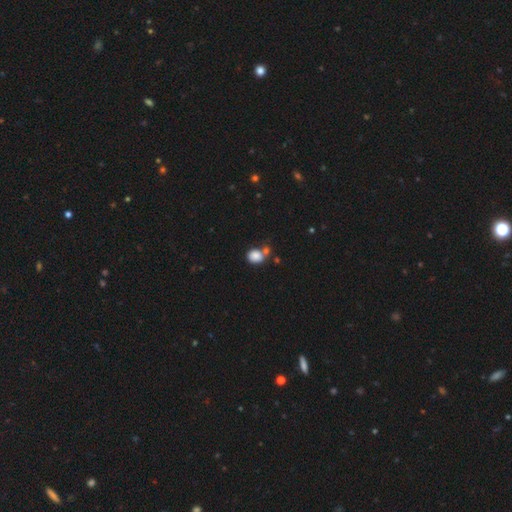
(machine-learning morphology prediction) type=smooth (85%); roundness=round (57%); merging=none (53%).